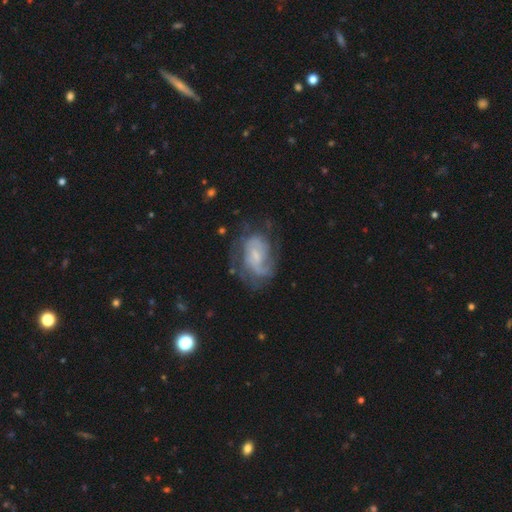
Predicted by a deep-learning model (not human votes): Q: Smooth or featured?
A: featured or disk (74%); runner-up: smooth (19%)
Q: Edge-on disk?
A: no (97%); runner-up: yes (3%)
Q: Bar?
A: no (50%); runner-up: weak (41%)
Q: Spiral arms?
A: yes (85%); runner-up: no (15%)
Q: Spiral winding?
A: medium (43%); runner-up: tight (37%)
Q: Spiral arm count?
A: 2 (40%); runner-up: can't tell (32%)
Q: Bulge size?
A: small (59%); runner-up: moderate (24%)
Q: Merging?
A: none (54%); runner-up: minor disturbance (23%)